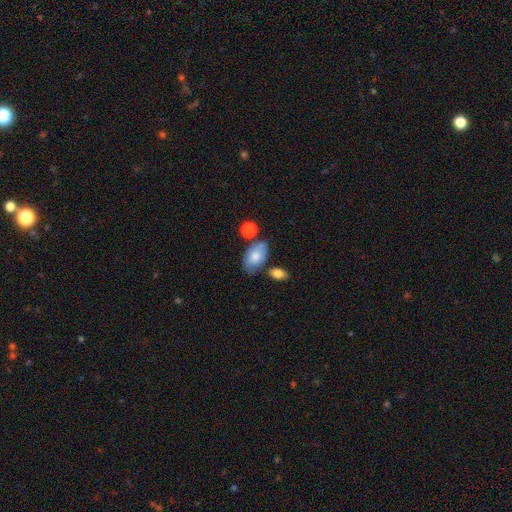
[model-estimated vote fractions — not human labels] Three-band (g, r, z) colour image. It shows a smooth galaxy with no disk features (75%) that is in between round and cigar-shaped (91%). Merging: none (59%).